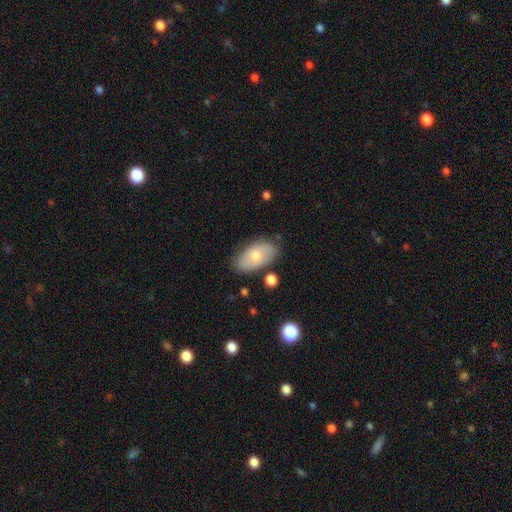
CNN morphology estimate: Q: Smooth or featured?
A: smooth (64%); runner-up: featured or disk (29%)
Q: How rounded?
A: in between (93%); runner-up: round (5%)
Q: Merging?
A: none (76%); runner-up: minor disturbance (17%)